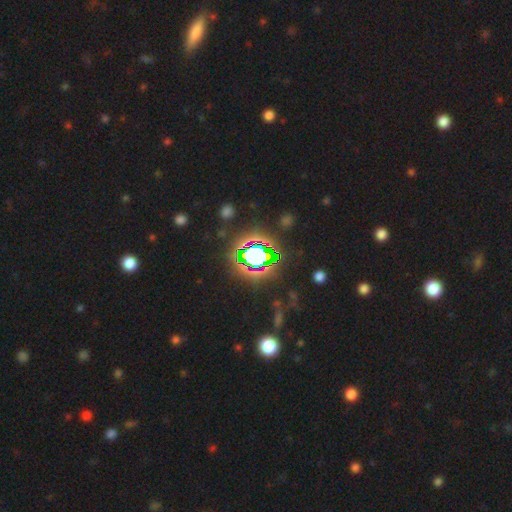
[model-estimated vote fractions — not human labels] smooth_or_featured: star or artifact (p=0.72) [alt: smooth p=0.16]